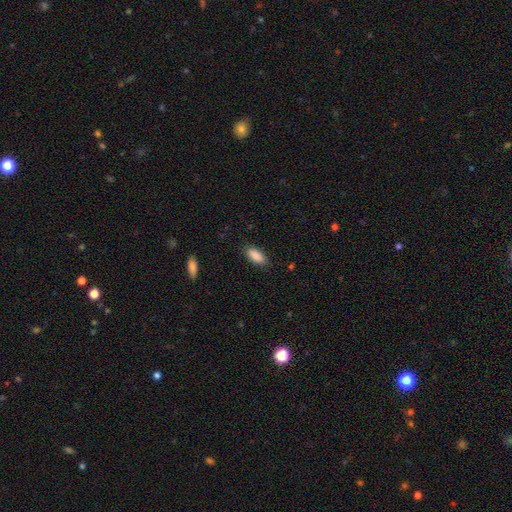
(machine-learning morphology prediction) Smooth or featured?
  - smooth: 90% *
  - star or artifact: 7%
  - featured or disk: 4%
How rounded?
  - in between: 89% *
  - cigar-shaped: 8%
  - round: 2%
Merging?
  - none: 86% *
  - minor disturbance: 11%
  - major disturbance: 3%
  - merger: 1%